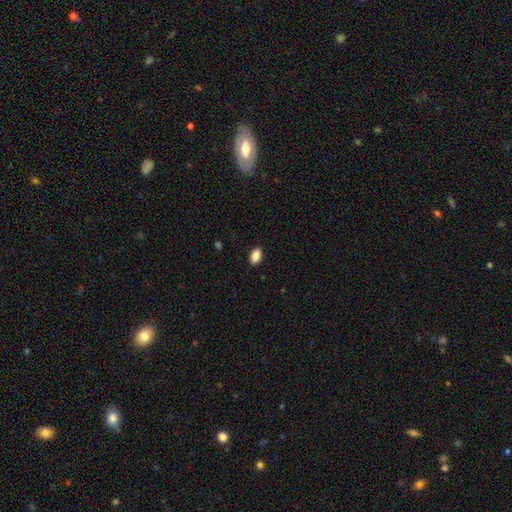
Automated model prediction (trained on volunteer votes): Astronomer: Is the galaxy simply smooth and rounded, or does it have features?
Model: smooth — 87%.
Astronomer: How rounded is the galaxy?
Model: in between — 92%.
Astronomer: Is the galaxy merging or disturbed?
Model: none — 89%.